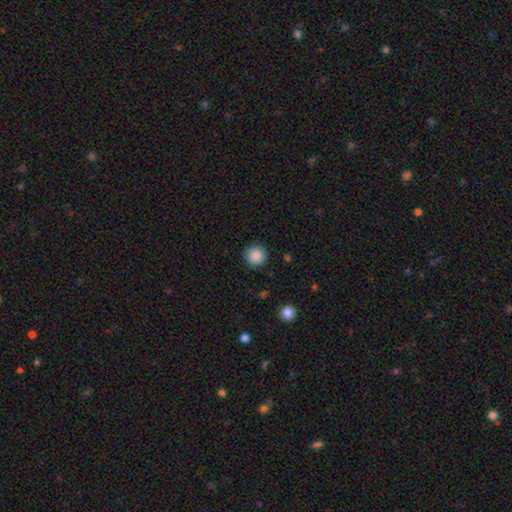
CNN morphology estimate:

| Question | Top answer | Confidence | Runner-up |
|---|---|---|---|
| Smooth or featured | smooth | 87% | star or artifact (9%) |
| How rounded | round | 95% | in between (4%) |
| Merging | none | 91% | minor disturbance (6%) |